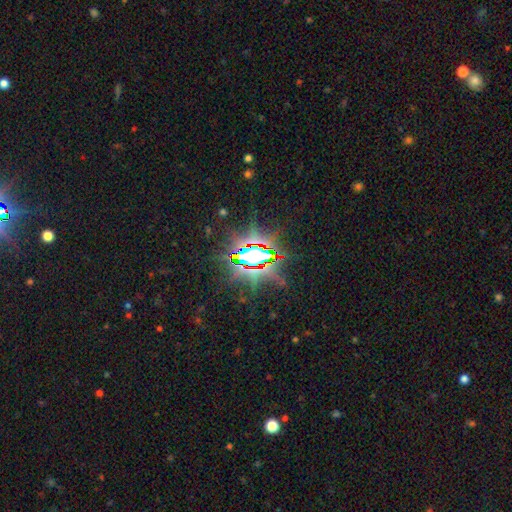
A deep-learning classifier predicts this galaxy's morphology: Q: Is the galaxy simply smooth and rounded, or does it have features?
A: star or artifact — 82%.